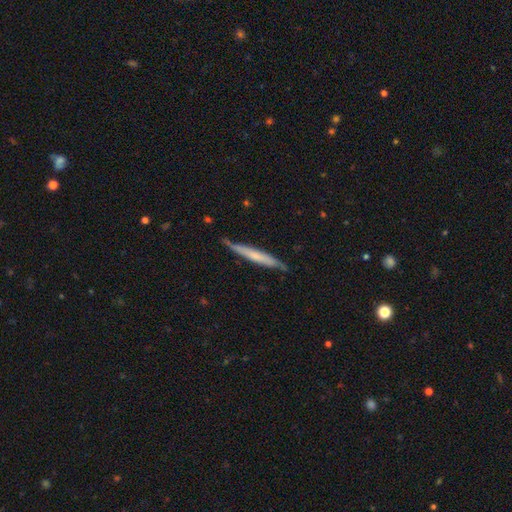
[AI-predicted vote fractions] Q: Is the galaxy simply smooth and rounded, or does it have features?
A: smooth — 48%.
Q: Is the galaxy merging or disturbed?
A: none — 78%.